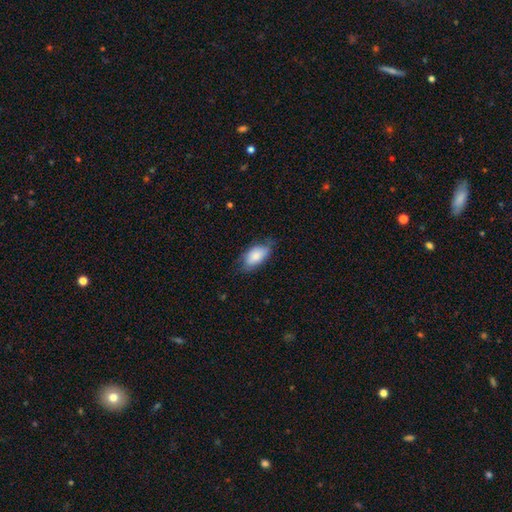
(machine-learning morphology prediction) Smooth or featured?
  - smooth: 80% *
  - featured or disk: 14%
  - star or artifact: 6%
How rounded?
  - in between: 92% *
  - cigar-shaped: 4%
  - round: 3%
Merging?
  - none: 61% *
  - minor disturbance: 30%
  - major disturbance: 8%
  - merger: 1%